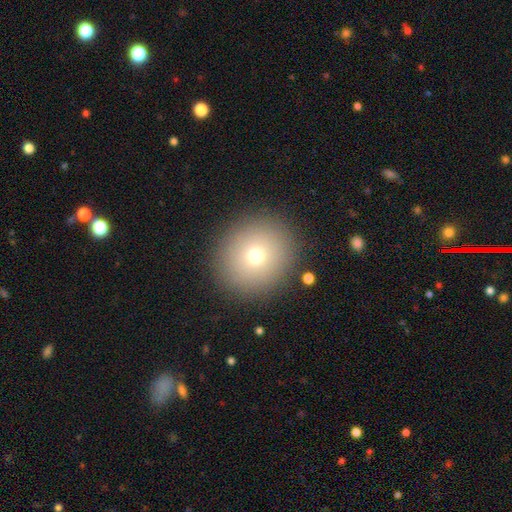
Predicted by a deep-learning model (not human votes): The model was most divided on "smooth or featured": smooth: 72%, star or artifact: 15%, featured or disk: 13%. More confident: merging — none (90%); how rounded — round (90%).